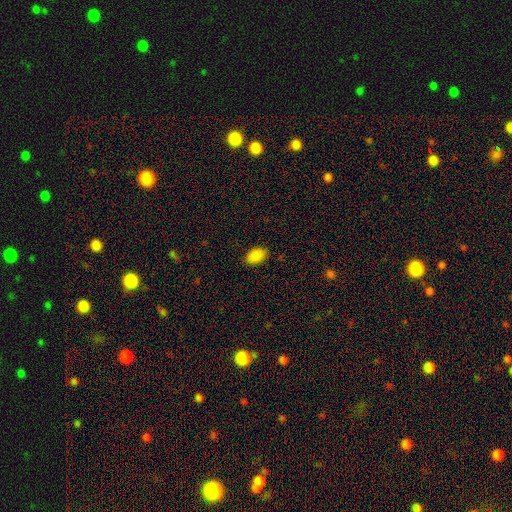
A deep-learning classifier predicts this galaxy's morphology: The model was most divided on "merging": none: 85%, minor disturbance: 12%, major disturbance: 3%, merger: 1%. More confident: how rounded — in between (89%); smooth or featured — smooth (88%).